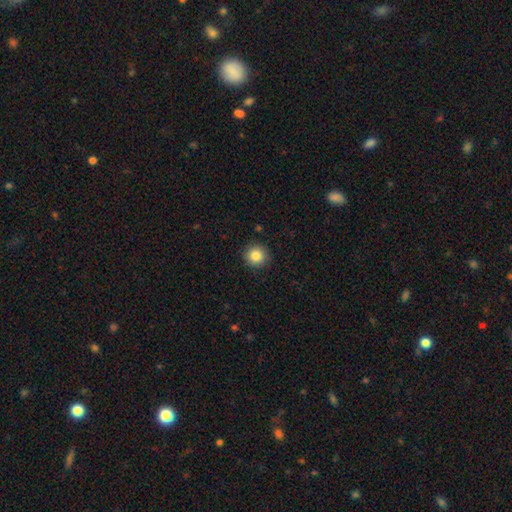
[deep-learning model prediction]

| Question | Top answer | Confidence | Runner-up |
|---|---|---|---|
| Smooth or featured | smooth | 85% | star or artifact (10%) |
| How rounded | round | 94% | in between (5%) |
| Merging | none | 90% | minor disturbance (7%) |